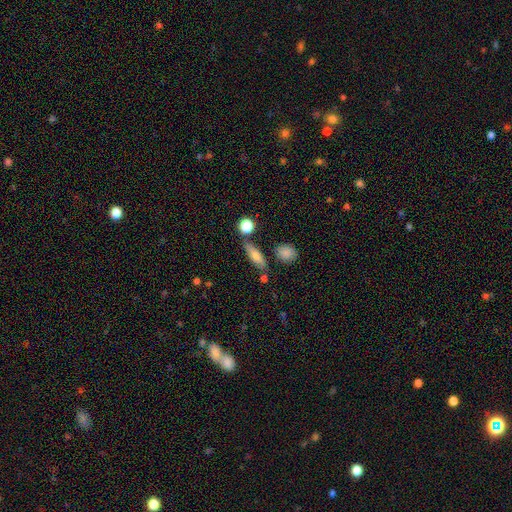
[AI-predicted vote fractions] The model was most divided on "how rounded": in between: 50%, cigar-shaped: 44%, round: 6%. More confident: merging — none (73%); smooth or featured — smooth (72%).